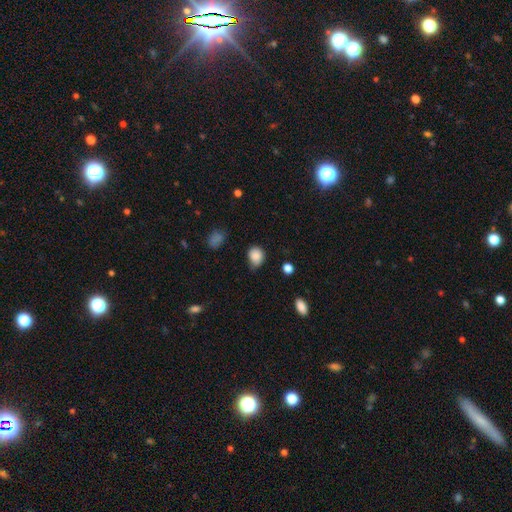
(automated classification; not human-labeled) A smooth galaxy with no disk features (86%) that is round (60%). Merging: none (59%).